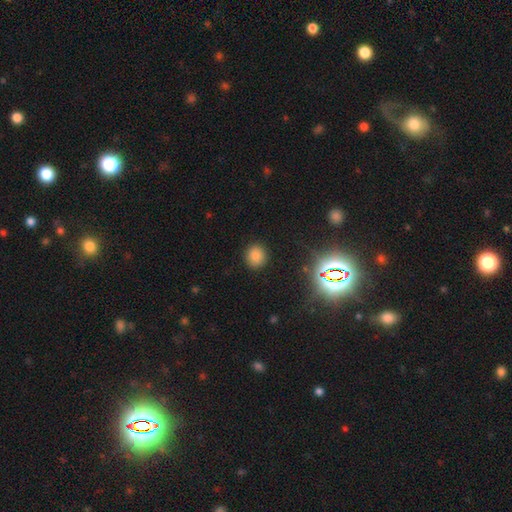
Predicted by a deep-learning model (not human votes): Smooth or featured? smooth (80%)
How rounded? round (87%)
Merging? none (90%)